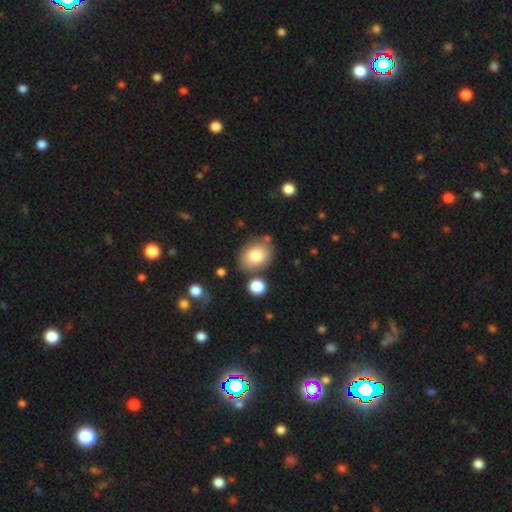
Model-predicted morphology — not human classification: smooth_or_featured: smooth (p=0.79) [alt: featured or disk p=0.13]
how_rounded: in between (p=0.61) [alt: round p=0.38]
merging: none (p=0.75) [alt: minor disturbance p=0.13]